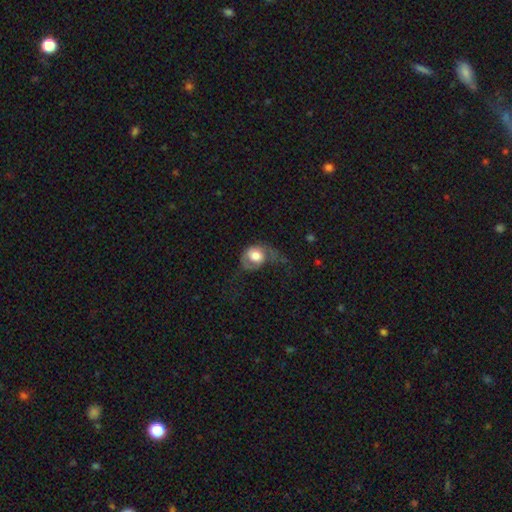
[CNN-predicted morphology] Smooth or featured? Predicted: smooth (p=0.62). How rounded? Predicted: round (p=0.60). Merging? Predicted: major disturbance (p=0.53).